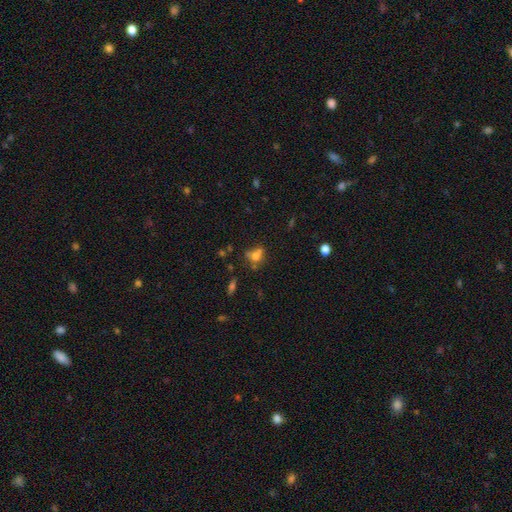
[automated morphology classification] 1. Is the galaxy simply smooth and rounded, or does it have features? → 63% smooth, 19% featured or disk, 18% star or artifact.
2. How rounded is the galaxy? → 58% round, 39% in between, 3% cigar-shaped.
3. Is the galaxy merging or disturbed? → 41% none, 35% merger, 16% minor disturbance, 9% major disturbance.